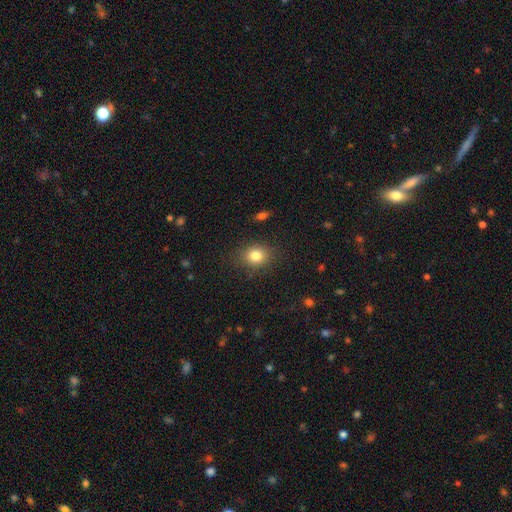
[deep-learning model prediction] Overall: smooth (82%). How rounded: round (61%; in between 37%). Merging: none (84%).